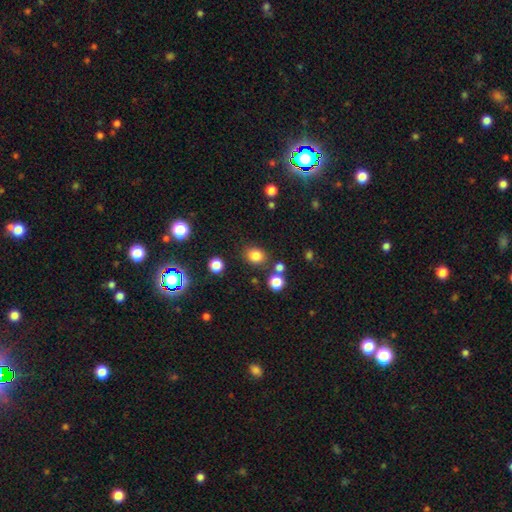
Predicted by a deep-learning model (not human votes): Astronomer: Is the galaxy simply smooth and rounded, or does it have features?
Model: smooth — 81%.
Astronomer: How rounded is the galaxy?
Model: round — 59% (runner-up: in between, 40%).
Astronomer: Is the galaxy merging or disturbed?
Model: none — 79%.